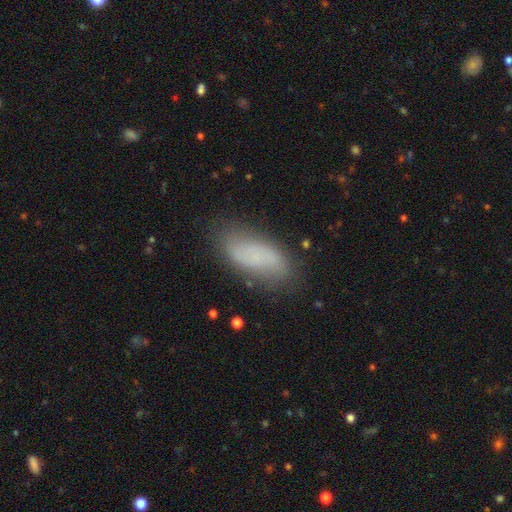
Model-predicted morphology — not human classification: Smooth or featured? smooth (60%)
How rounded? in between (82%)
Merging? none (75%)